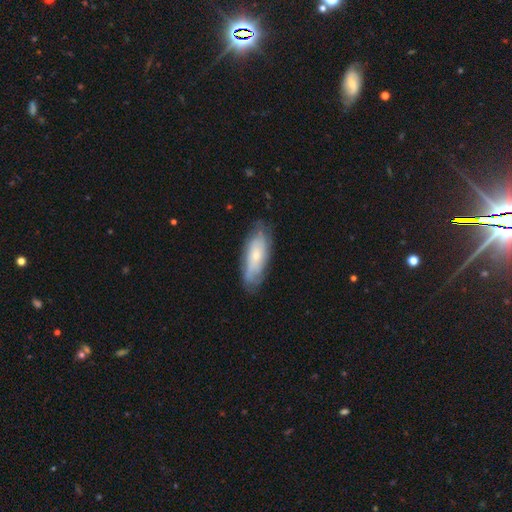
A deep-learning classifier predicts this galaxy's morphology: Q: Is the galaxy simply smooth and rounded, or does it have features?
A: featured or disk — 50%.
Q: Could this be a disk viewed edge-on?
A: no — 82%.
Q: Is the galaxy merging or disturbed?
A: none — 74%.